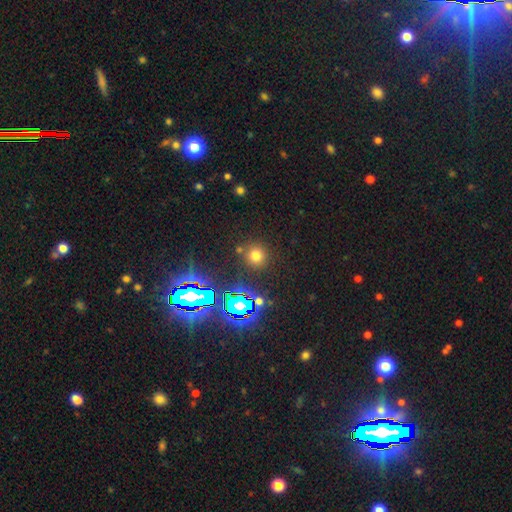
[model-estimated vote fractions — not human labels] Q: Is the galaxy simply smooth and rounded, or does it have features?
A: smooth — 66%.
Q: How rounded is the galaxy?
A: round — 92%.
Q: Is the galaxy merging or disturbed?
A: none — 85%.